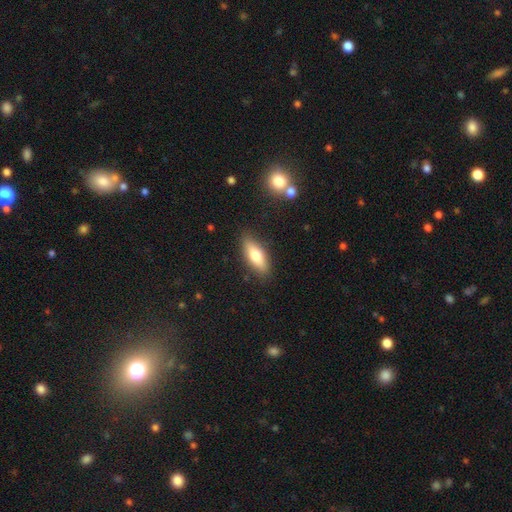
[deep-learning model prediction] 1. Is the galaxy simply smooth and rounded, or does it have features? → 71% smooth, 22% featured or disk, 7% star or artifact.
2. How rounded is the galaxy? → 64% in between, 34% cigar-shaped, 2% round.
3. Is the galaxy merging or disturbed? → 85% none, 11% minor disturbance, 2% major disturbance, 2% merger.